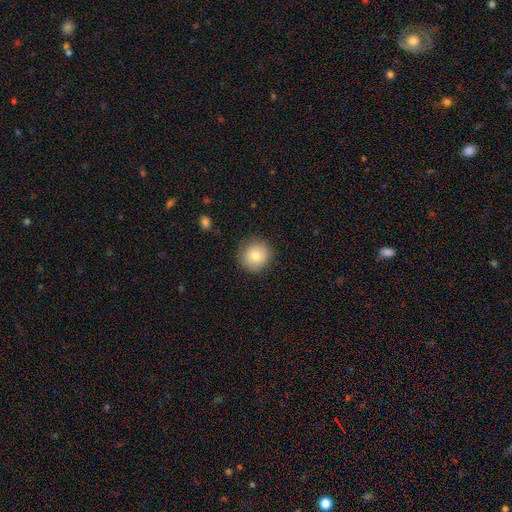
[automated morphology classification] Smooth or featured?
  - smooth: 78% *
  - featured or disk: 12%
  - star or artifact: 9%
How rounded?
  - round: 92% *
  - in between: 7%
  - cigar-shaped: 1%
Merging?
  - none: 86% *
  - minor disturbance: 10%
  - major disturbance: 3%
  - merger: 1%